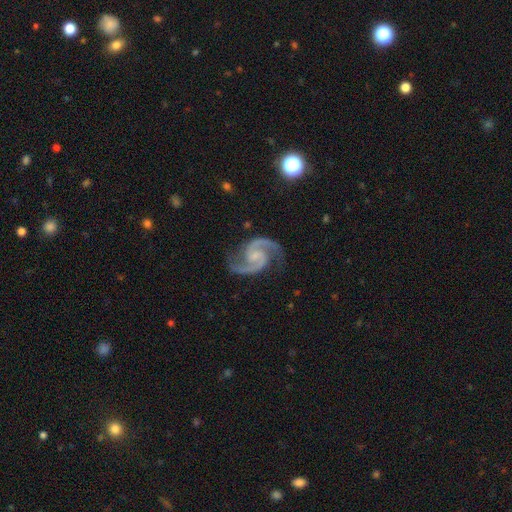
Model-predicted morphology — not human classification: Smooth or featured?
  - featured or disk: 94% *
  - star or artifact: 4%
  - smooth: 2%
Edge-on disk?
  - no: 98% *
  - yes: 2%
Bar?
  - no: 50% *
  - weak: 40%
  - strong: 10%
Spiral arms?
  - yes: 99% *
  - no: 1%
Spiral winding?
  - medium: 67% *
  - loose: 18%
  - tight: 15%
Spiral arm count?
  - 2: 95% *
  - 3: 1%
  - can't tell: 1%
  - 1: 1%
  - 4: 1%
  - more than 4: 1%
Bulge size?
  - small: 44% *
  - none: 32%
  - moderate: 21%
  - large: 2%
  - dominant: 1%
Merging?
  - none: 81% *
  - minor disturbance: 13%
  - major disturbance: 4%
  - merger: 1%